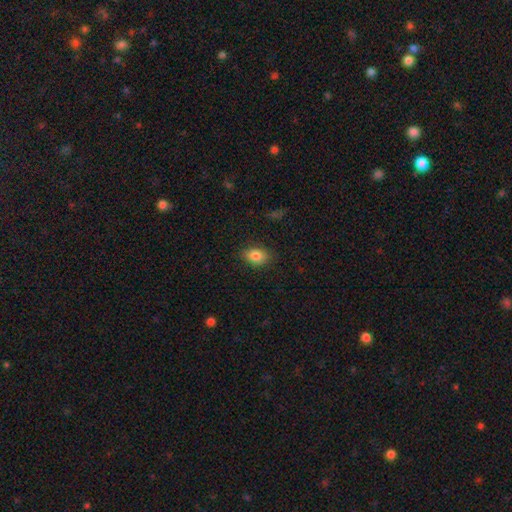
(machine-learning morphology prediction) Smooth or featured: smooth — 82% (star or artifact — 9%)
How rounded: in between — 78% (round — 20%)
Merging: none — 85% (minor disturbance — 12%)